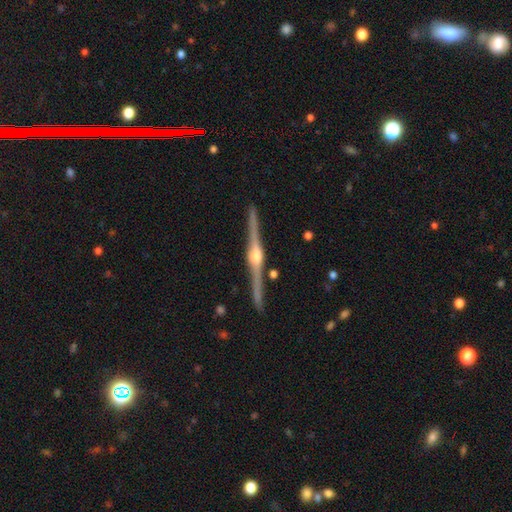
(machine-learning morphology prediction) Smooth or featured: featured or disk — 90% (smooth — 6%)
Edge-on disk: yes — 99% (no — 1%)
Edge-on bulge: rounded — 93% (boxy — 5%)
Merging: none — 91% (minor disturbance — 6%)